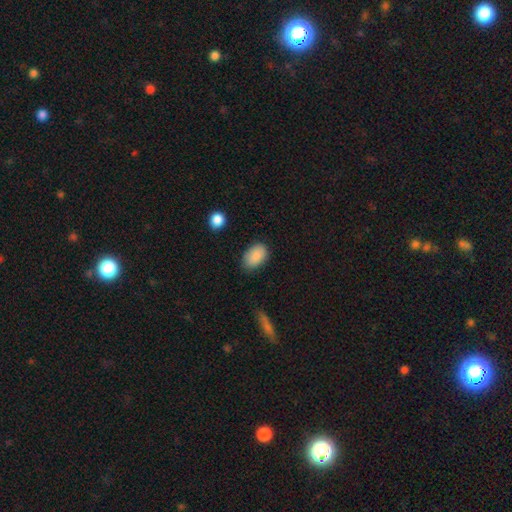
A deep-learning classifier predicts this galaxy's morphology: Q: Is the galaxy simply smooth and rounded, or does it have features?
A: smooth — 89%.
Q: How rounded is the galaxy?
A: in between — 91%.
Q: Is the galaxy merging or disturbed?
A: none — 80%.